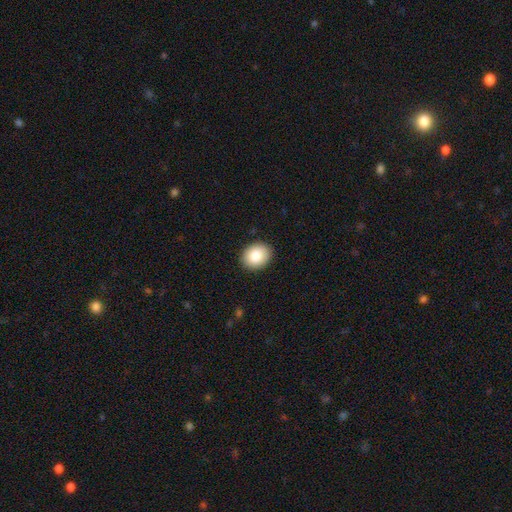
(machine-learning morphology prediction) type=smooth (84%); roundness=in between (52%); merging=none (90%).